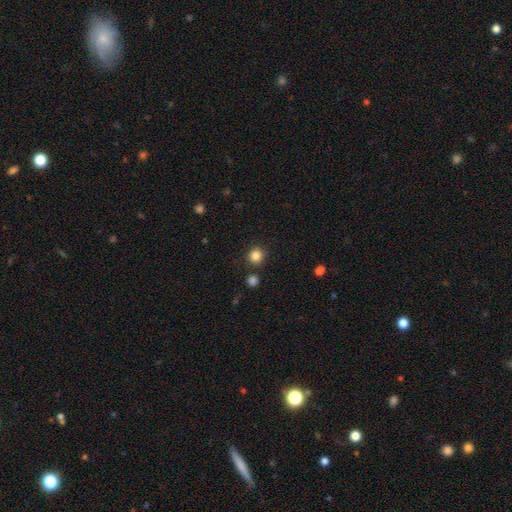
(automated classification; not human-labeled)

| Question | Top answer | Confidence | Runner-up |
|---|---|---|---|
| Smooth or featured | smooth | 84% | star or artifact (12%) |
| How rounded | round | 93% | in between (6%) |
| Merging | none | 86% | minor disturbance (7%) |